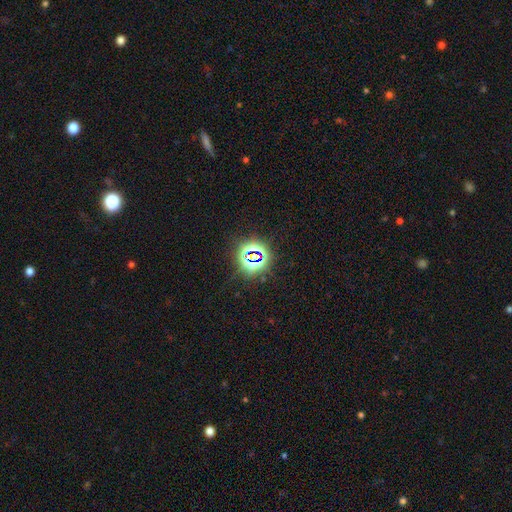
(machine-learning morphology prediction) Smooth or featured? Predicted: star or artifact (p=0.73).